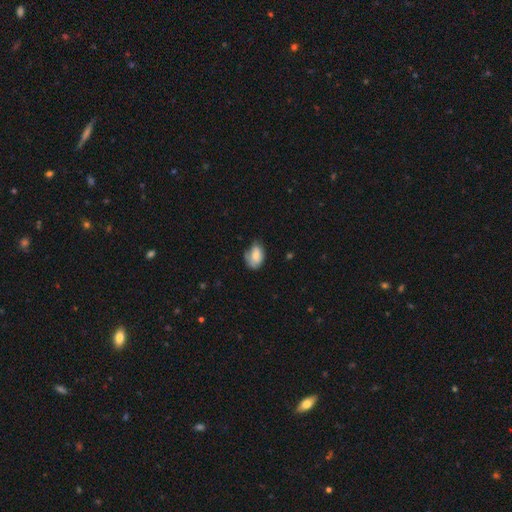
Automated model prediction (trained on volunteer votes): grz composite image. It shows a smooth galaxy with no disk features (77%) that is in between round and cigar-shaped (87%). Merging: none (47%).